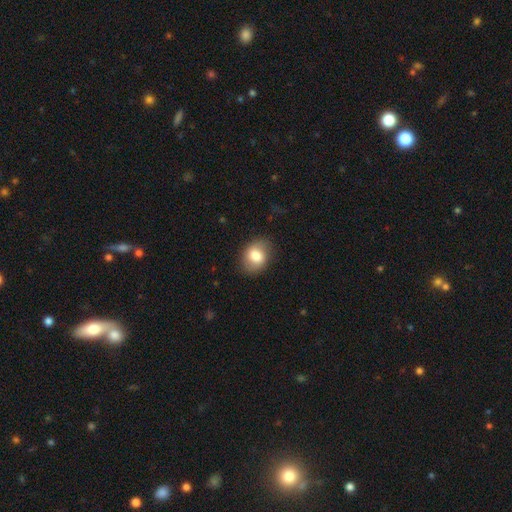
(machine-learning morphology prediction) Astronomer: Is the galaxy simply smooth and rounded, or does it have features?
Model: smooth — 80%.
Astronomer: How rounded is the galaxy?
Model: in between — 66%.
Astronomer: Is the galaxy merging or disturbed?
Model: none — 80%.